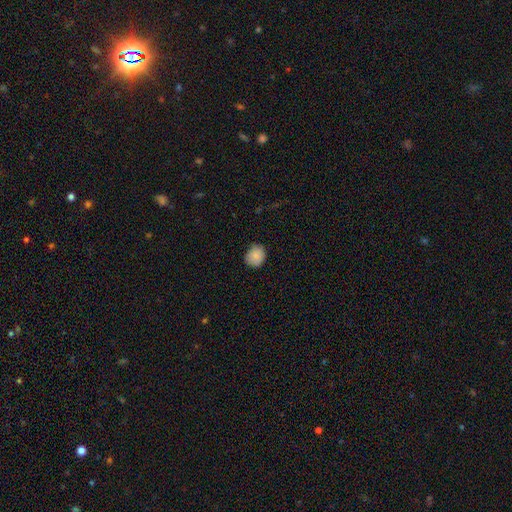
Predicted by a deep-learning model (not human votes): smooth-or-featured: smooth: 85% | star or artifact: 8% | featured or disk: 7%
  how-rounded: round: 74% | in between: 25% | cigar-shaped: 1%
  merging: none: 77% | minor disturbance: 19% | major disturbance: 3% | merger: 1%